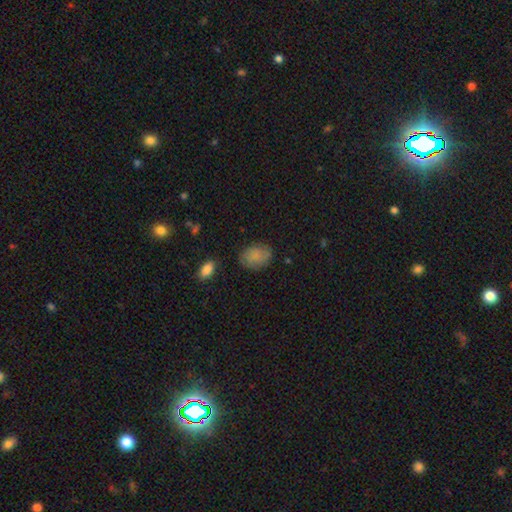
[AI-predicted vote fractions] smooth 77%, featured or disk 14%, star or artifact 9%. Down the decision tree: how rounded — in between (67%); merging — none (76%).